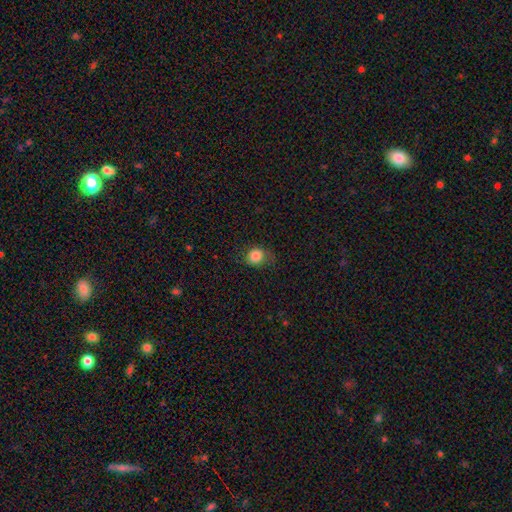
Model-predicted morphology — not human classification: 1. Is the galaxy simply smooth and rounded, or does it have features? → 83% smooth, 10% star or artifact, 6% featured or disk.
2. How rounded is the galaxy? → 75% round, 24% in between, 1% cigar-shaped.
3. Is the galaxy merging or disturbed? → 65% none, 24% minor disturbance, 10% major disturbance, 1% merger.